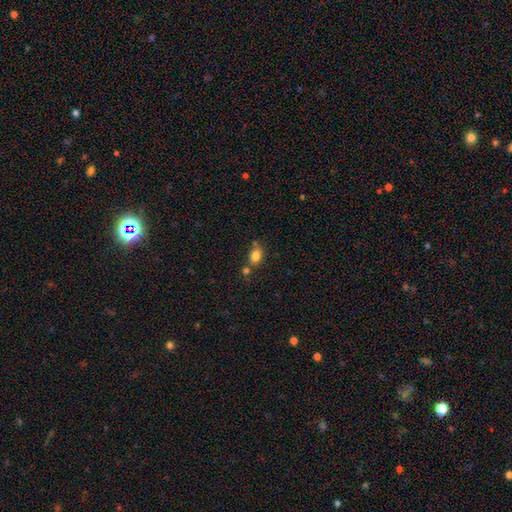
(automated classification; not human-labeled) Smooth or featured?
  - smooth: 81% *
  - star or artifact: 11%
  - featured or disk: 8%
How rounded?
  - in between: 69% *
  - round: 29%
  - cigar-shaped: 2%
Merging?
  - none: 55% *
  - merger: 26%
  - minor disturbance: 14%
  - major disturbance: 5%